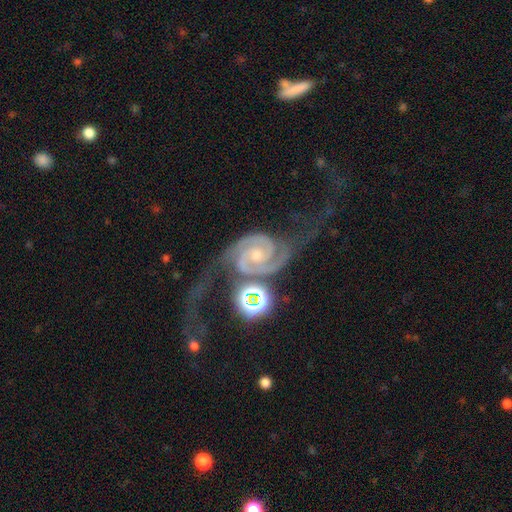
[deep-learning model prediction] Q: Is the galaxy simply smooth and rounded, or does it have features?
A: featured or disk — 91%.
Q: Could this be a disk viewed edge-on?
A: no — 98%.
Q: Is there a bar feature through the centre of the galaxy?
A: no — 59%.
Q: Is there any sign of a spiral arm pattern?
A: yes — 99%.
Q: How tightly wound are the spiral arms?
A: tight — 43%.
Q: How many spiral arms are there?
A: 2 — 91%.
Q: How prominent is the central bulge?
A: small — 53%.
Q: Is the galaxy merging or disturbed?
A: none — 42%.